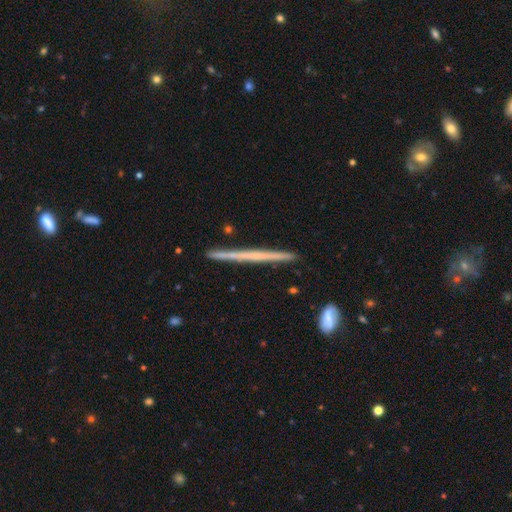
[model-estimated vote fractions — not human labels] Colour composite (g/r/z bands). It shows a featured or disk galaxy (59%) viewed edge-on (98%) with no central bulge (88%). Merging: none (91%).